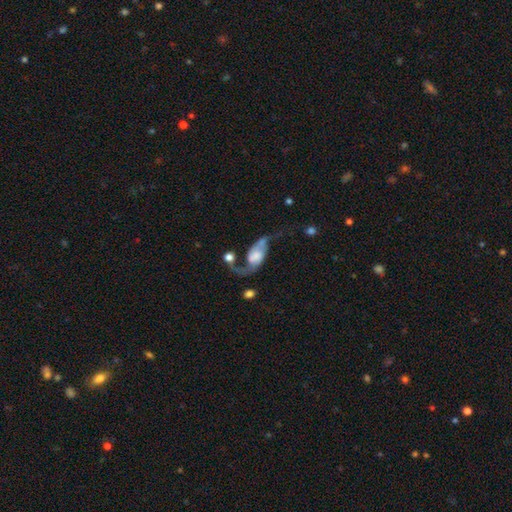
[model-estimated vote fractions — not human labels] featured or disk 78%, smooth 16%, star or artifact 6%. Down the decision tree: edge-on disk — no (95%); bar — no (57%); spiral arms — yes (93%); spiral arm count — 2 (85%); spiral winding — loose (79%); bulge size — large (28%); merging — none (37%).